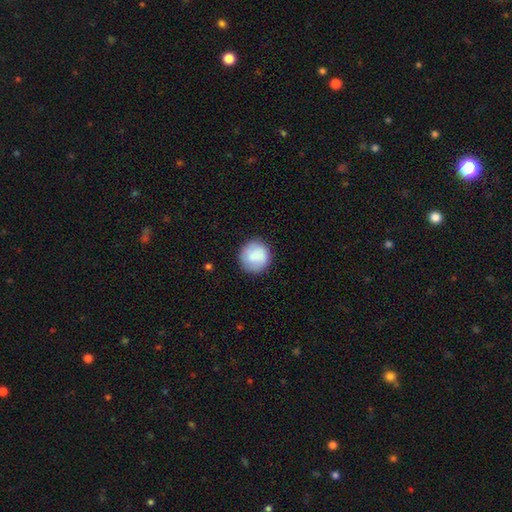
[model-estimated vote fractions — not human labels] smooth-or-featured: smooth: 85% | featured or disk: 8% | star or artifact: 7%
  how-rounded: round: 94% | in between: 5% | cigar-shaped: 1%
  merging: none: 87% | minor disturbance: 10% | major disturbance: 3% | merger: 1%